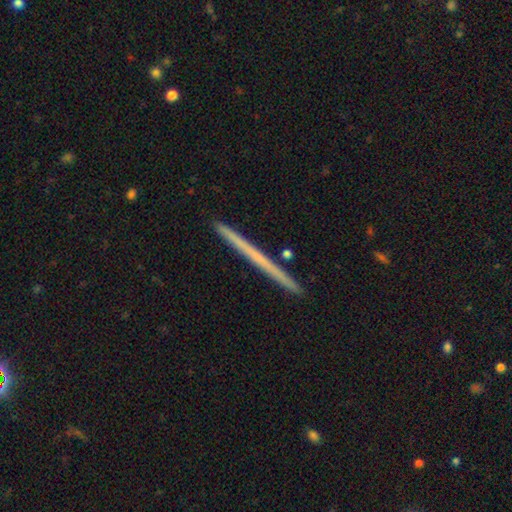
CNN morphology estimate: smooth-or-featured: featured or disk: 54% | smooth: 41% | star or artifact: 6%
  disk-edge-on: yes: 98% | no: 2%
    edge-on-bulge: none: 92% | rounded: 6% | boxy: 2%
  merging: none: 93% | minor disturbance: 5% | merger: 1% | major disturbance: 1%